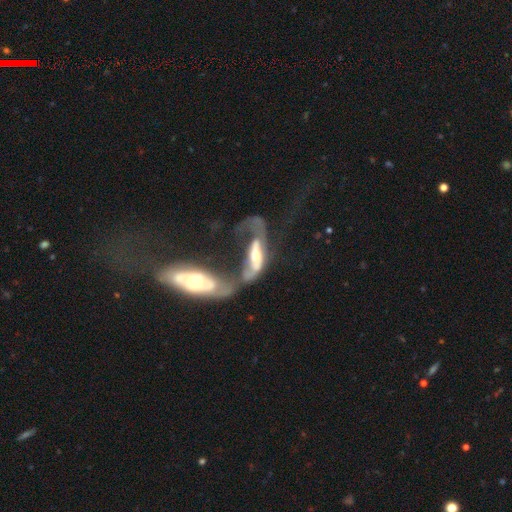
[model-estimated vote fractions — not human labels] smooth-or-featured: featured or disk: 67% | smooth: 25% | star or artifact: 7%
  disk-edge-on: no: 80% | yes: 20%
    bar: no: 44% | weak: 30% | strong: 26%
    has-spiral-arms: yes: 67% | no: 33%
    bulge-size: moderate: 47% | large: 24% | small: 19% | none: 7% | dominant: 3%
  merging: merger: 71% | major disturbance: 18% | none: 6% | minor disturbance: 4%